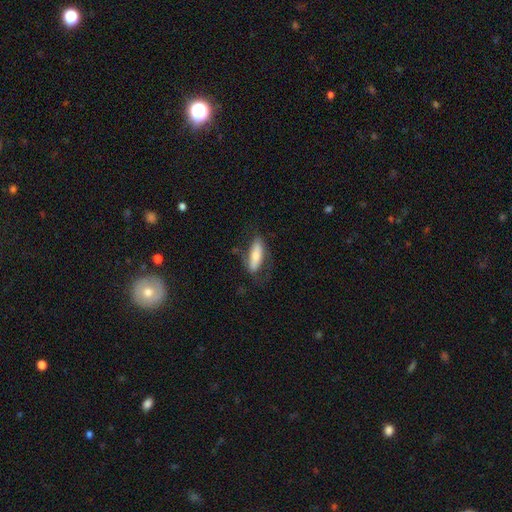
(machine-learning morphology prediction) Smooth or featured? Predicted: smooth (p=0.64). How rounded? Predicted: in between (p=0.53). Merging? Predicted: none (p=0.63).